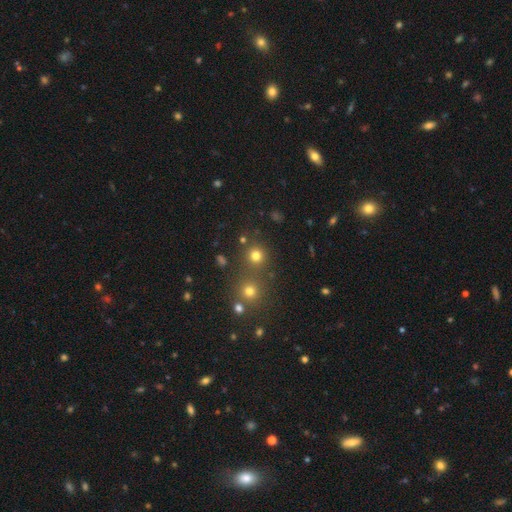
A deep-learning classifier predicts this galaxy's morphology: Smooth or featured? Predicted: smooth (p=0.75). How rounded? Predicted: round (p=0.92). Merging? Predicted: none (p=0.76).